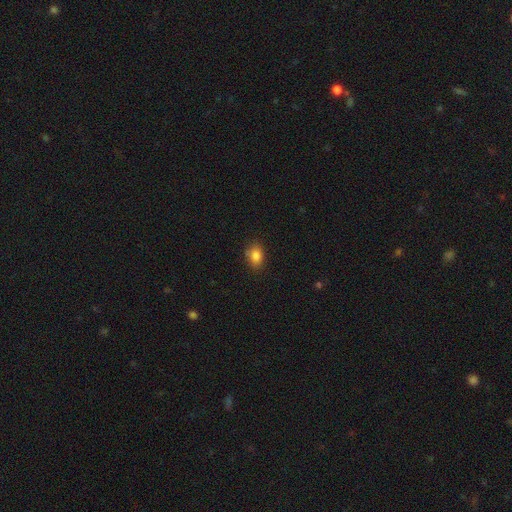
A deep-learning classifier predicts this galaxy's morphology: The model was most divided on "how rounded": in between: 71%, round: 27%, cigar-shaped: 1%. More confident: smooth or featured — smooth (84%); merging — none (80%).